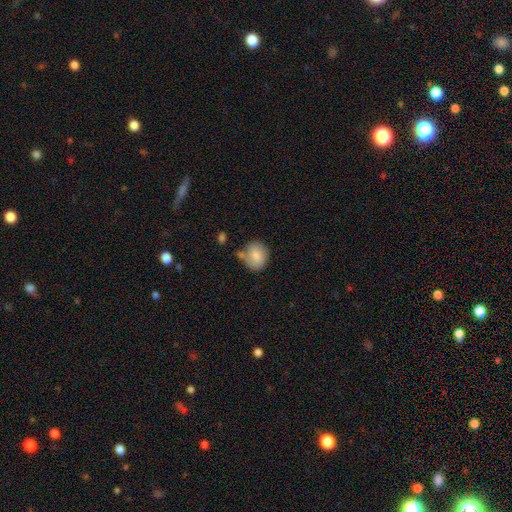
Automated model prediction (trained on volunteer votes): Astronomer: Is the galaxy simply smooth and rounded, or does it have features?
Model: smooth — 82%.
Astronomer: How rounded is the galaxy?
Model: round — 61% (runner-up: in between, 38%).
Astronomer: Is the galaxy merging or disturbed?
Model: none — 59%.